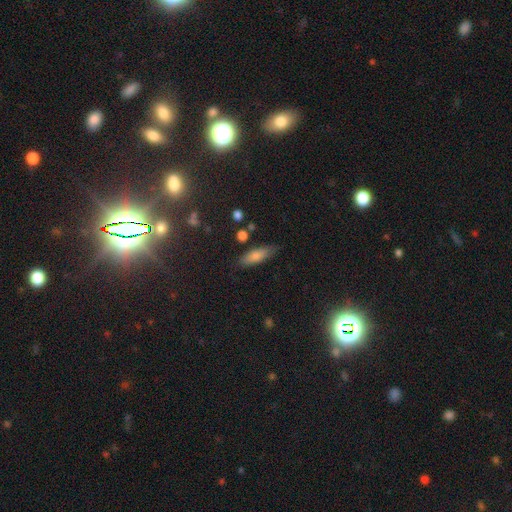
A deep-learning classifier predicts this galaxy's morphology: Overall: smooth (75%). How rounded: in between (52%; cigar-shaped 46%). Merging: none (79%).